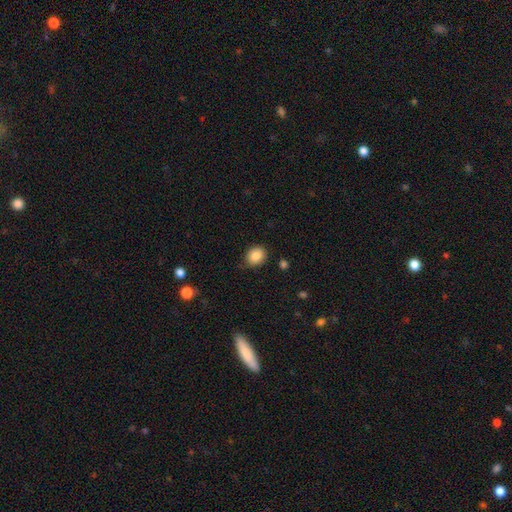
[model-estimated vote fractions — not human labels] A smooth galaxy with no disk features (86%) that is round (61%). Merging: none (83%).